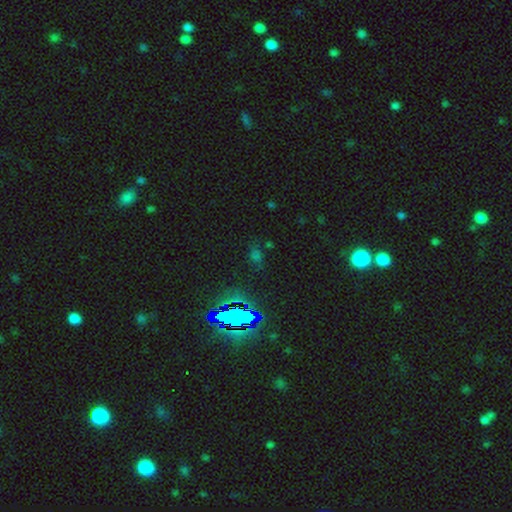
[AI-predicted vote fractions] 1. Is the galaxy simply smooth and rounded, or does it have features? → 63% star or artifact, 29% smooth, 9% featured or disk.